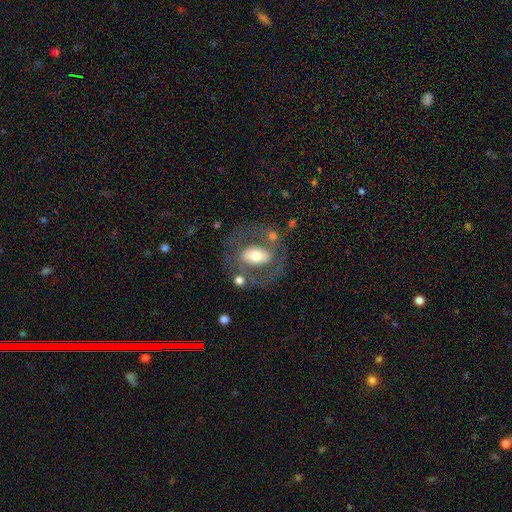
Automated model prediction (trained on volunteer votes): This appears to be a featured or disk galaxy (61%) with no bar (44%), no spiral arms (57%) and a moderate central bulge (65%). Merging: none (63%).